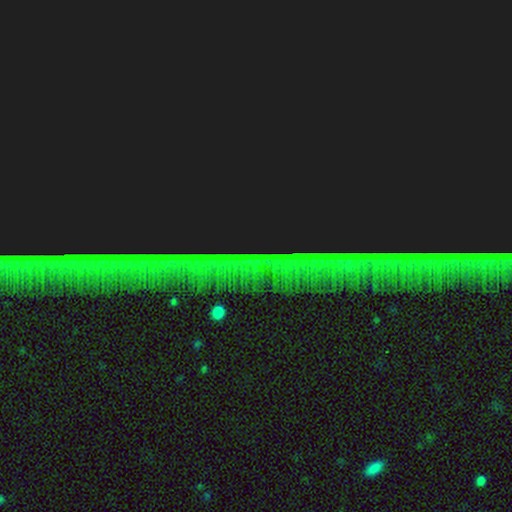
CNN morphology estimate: This is clearly a star or artifact rather than a galaxy (85%).